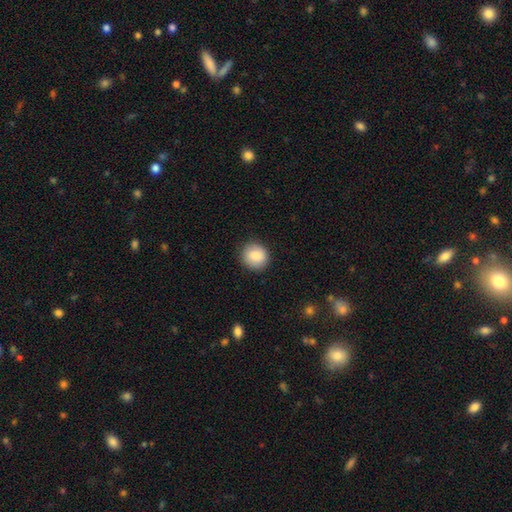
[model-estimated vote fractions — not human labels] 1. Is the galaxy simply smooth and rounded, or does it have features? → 86% smooth, 7% star or artifact, 7% featured or disk.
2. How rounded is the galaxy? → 87% round, 12% in between, 1% cigar-shaped.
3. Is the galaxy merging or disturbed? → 88% none, 8% minor disturbance, 2% major disturbance, 1% merger.